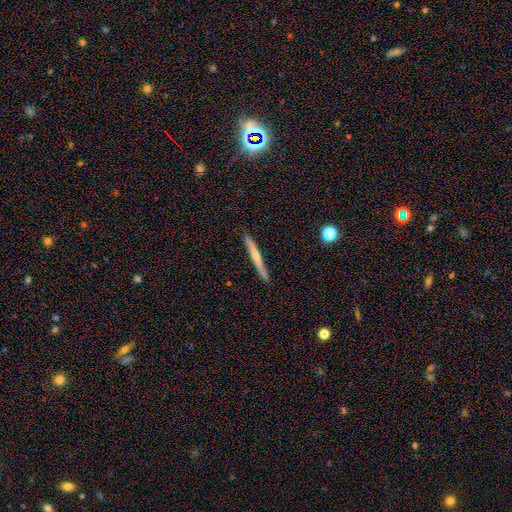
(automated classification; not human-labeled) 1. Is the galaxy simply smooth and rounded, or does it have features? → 53% featured or disk, 30% smooth, 17% star or artifact.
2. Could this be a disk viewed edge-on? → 96% yes, 4% no.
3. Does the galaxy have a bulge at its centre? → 60% rounded, 32% none, 8% boxy.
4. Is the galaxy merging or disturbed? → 89% none, 7% minor disturbance, 2% major disturbance, 2% merger.